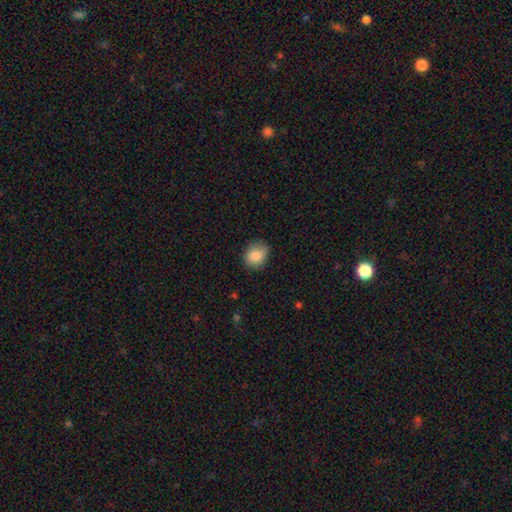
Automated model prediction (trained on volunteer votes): Morphology: type=smooth (87%); roundness=round (55%); merging=none (80%).